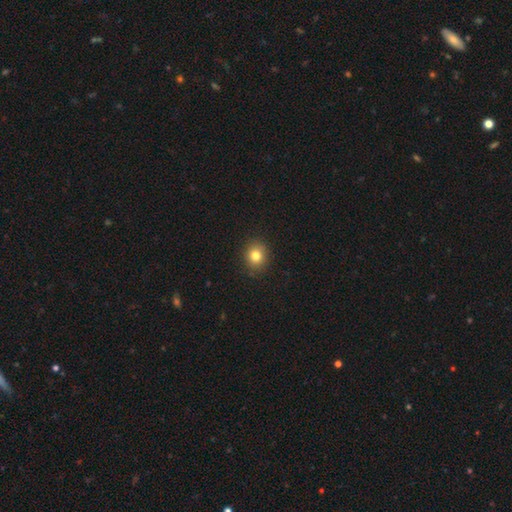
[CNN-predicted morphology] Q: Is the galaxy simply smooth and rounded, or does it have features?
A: smooth — 81%.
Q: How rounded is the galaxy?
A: round — 77%.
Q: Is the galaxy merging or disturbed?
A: none — 90%.